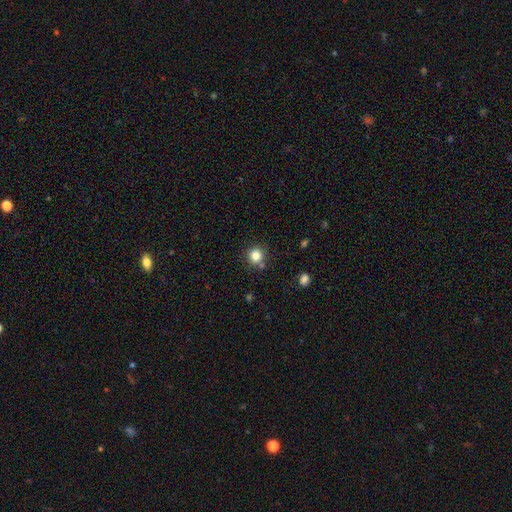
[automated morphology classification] Smooth or featured? Predicted: smooth (p=0.82). How rounded? Predicted: round (p=0.92). Merging? Predicted: none (p=0.81).